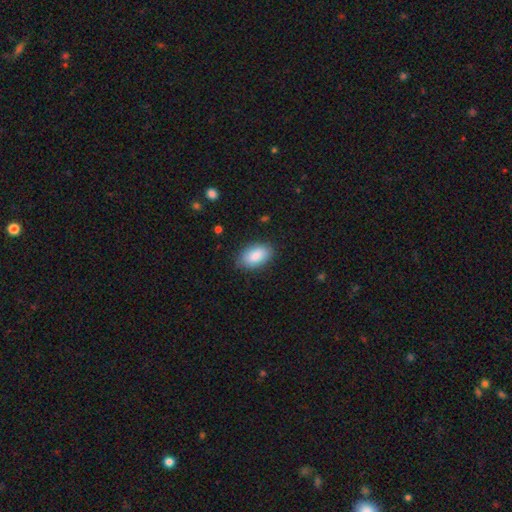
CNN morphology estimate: This appears to be a smooth galaxy with no disk features (88%) that is in between round and cigar-shaped (94%). Merging: none (84%).